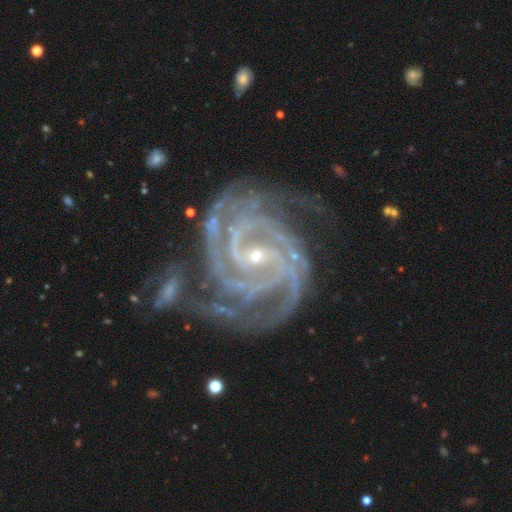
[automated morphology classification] type=featured or disk (94%); edge-on=no (98%); bar=weak (39%); spiral arms=yes (99%); winding=tight (76%); arm count=3 (26%); bulge=small (78%); merging=none (57%).